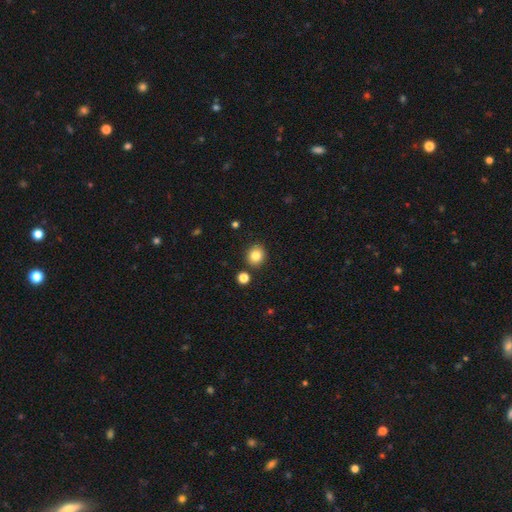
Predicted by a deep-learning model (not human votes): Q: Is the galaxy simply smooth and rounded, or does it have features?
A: smooth — 82%.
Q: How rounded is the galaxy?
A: round — 82%.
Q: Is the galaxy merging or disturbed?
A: none — 87%.